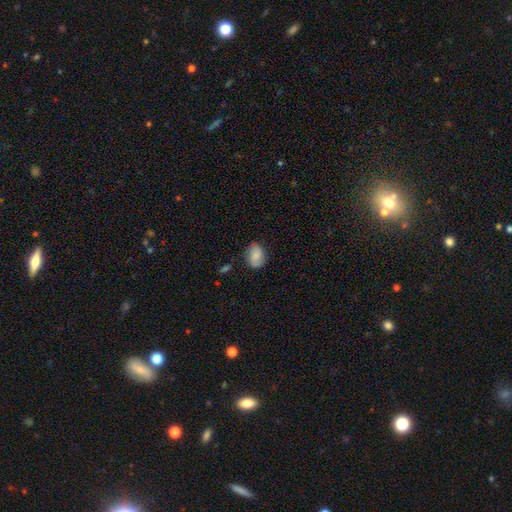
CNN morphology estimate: A smooth galaxy with no disk features (70%) that is in between round and cigar-shaped (73%). Merging: none (73%).